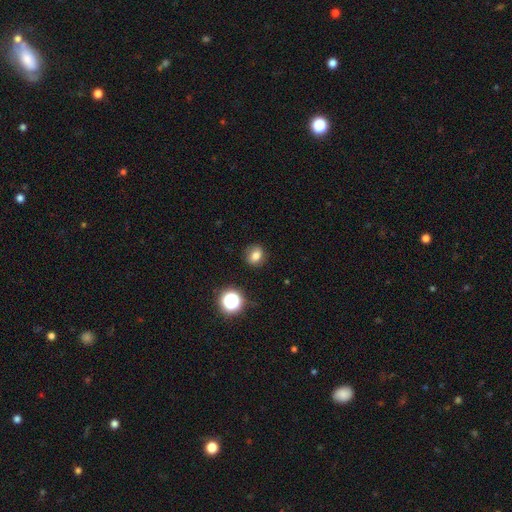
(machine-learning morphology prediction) smooth_or_featured: smooth (p=0.77) [alt: star or artifact p=0.14]
how_rounded: round (p=0.68) [alt: in between p=0.31]
merging: none (p=0.86) [alt: minor disturbance p=0.10]